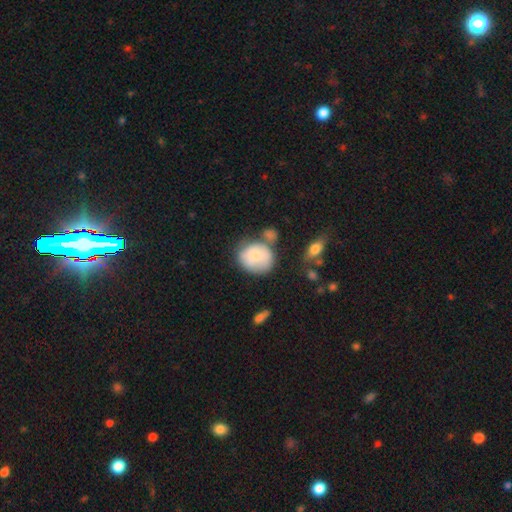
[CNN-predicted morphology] A smooth galaxy with no disk features (77%) that is round (62%).

Vote fractions:
- Smooth or featured? smooth: 77% / featured or disk: 16% / star or artifact: 7%
- How rounded? round: 62% / in between: 37% / cigar-shaped: 1%
- Merging? none: 43% / minor disturbance: 24% / merger: 21% / major disturbance: 12%